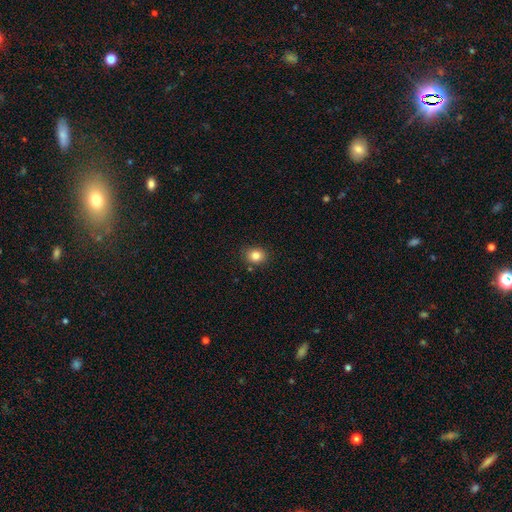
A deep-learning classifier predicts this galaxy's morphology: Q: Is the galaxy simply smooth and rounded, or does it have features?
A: smooth — 83%.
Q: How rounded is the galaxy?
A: round — 66%.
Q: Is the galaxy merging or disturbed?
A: none — 86%.